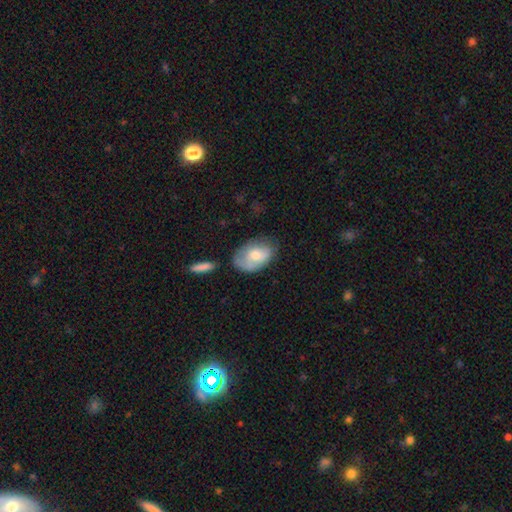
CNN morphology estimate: Smooth or featured? smooth (65%)
How rounded? in between (87%)
Merging? none (49%)